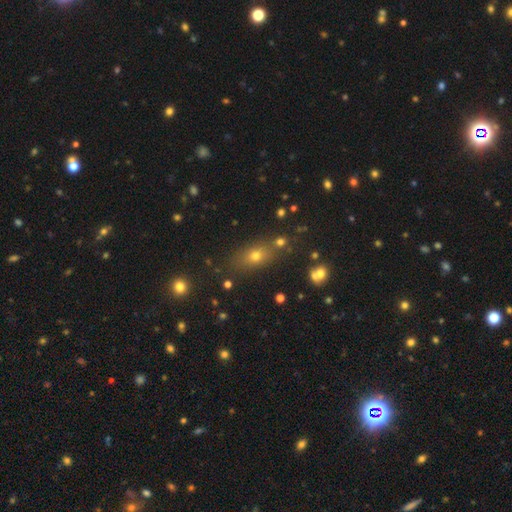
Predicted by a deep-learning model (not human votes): The model was most divided on "how rounded": in between: 63%, round: 29%, cigar-shaped: 8%. More confident: merging — none (75%); smooth or featured — smooth (65%).